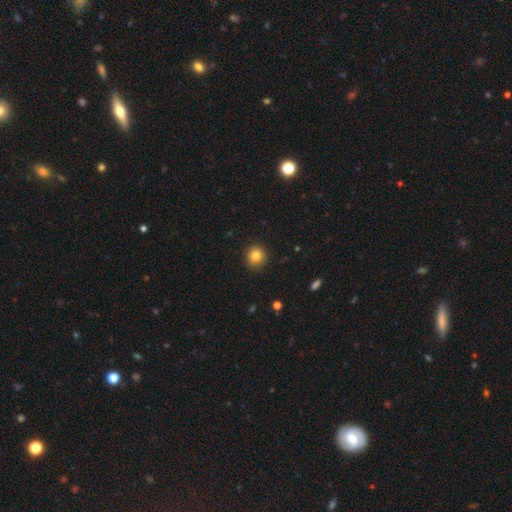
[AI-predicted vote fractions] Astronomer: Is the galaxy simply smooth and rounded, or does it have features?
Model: smooth — 82%.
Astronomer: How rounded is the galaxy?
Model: round — 90%.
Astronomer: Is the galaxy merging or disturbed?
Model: none — 90%.